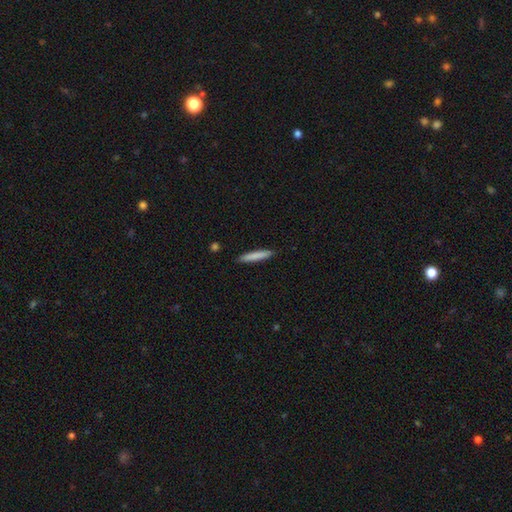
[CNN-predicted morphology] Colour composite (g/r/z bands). It shows a smooth galaxy with no disk features (82%) that is cigar-shaped (93%). Merging: none (90%).